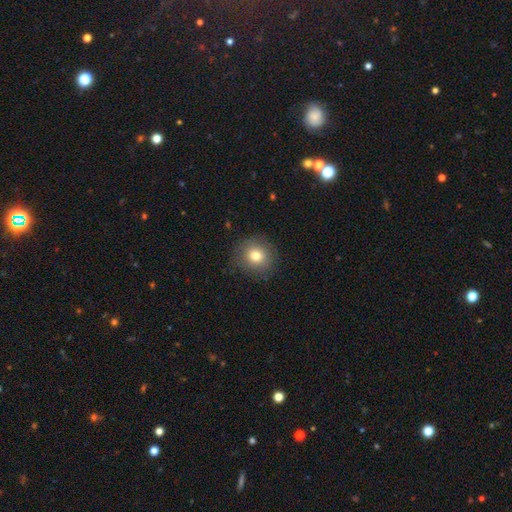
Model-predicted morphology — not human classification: This appears to be a smooth galaxy with no disk features (78%) that is round (89%). Merging: none (85%).